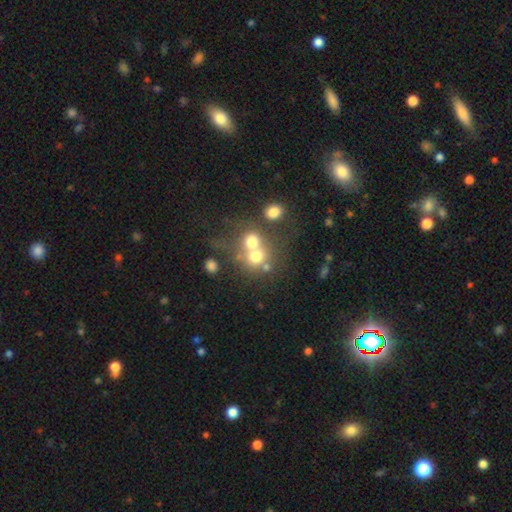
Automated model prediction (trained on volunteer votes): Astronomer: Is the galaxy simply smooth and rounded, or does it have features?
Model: smooth — 65%.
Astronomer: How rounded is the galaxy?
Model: round — 80%.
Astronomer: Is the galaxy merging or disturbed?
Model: merger — 53% (runner-up: none, 33%).